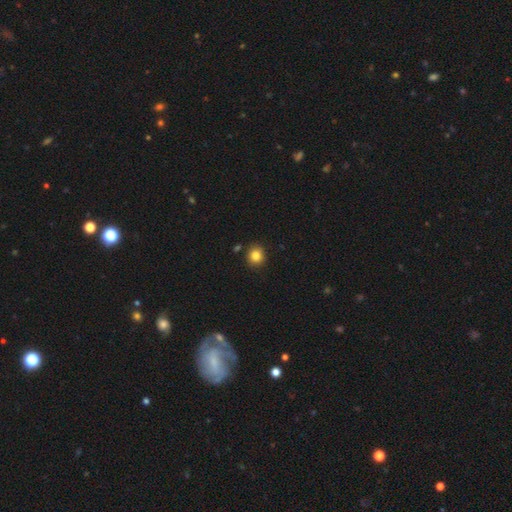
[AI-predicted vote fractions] A smooth galaxy with no disk features (84%) that is round (84%).

Vote fractions:
- Smooth or featured? smooth: 84% / star or artifact: 11% / featured or disk: 5%
- How rounded? round: 84% / in between: 15% / cigar-shaped: 1%
- Merging? none: 87% / minor disturbance: 8% / merger: 3% / major disturbance: 2%